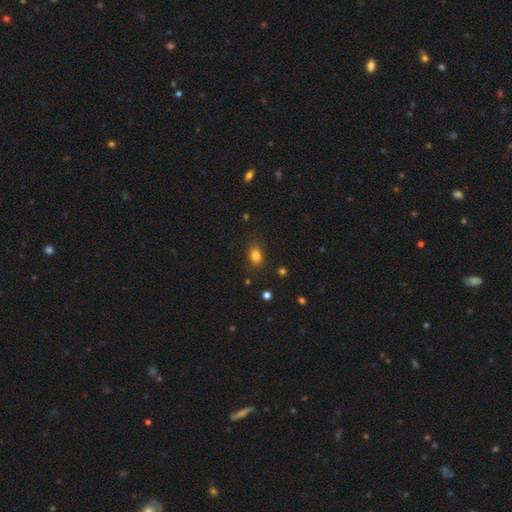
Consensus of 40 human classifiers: smooth-or-featured: smooth: 88% | featured or disk: 10% | star or artifact: 2%
  how-rounded: in between: 54% | round: 43% | cigar-shaped: 3%
  merging: none: 74% | minor disturbance: 21% | merger: 5% | major disturbance: 0%